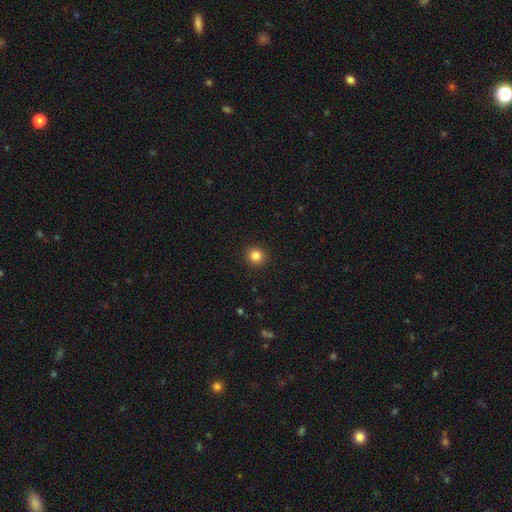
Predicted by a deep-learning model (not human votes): Smooth or featured: smooth — 84% (star or artifact — 12%)
How rounded: round — 93% (in between — 6%)
Merging: none — 92% (minor disturbance — 5%)